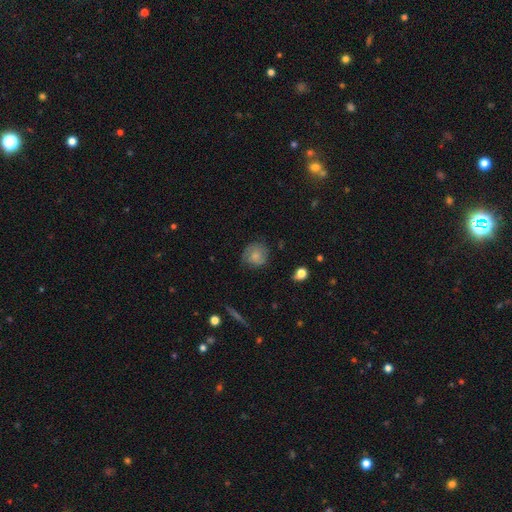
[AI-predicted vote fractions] Smooth or featured?
  - smooth: 59% *
  - featured or disk: 32%
  - star or artifact: 9%
How rounded?
  - round: 80% *
  - in between: 18%
  - cigar-shaped: 1%
Merging?
  - none: 66% *
  - minor disturbance: 24%
  - major disturbance: 9%
  - merger: 2%